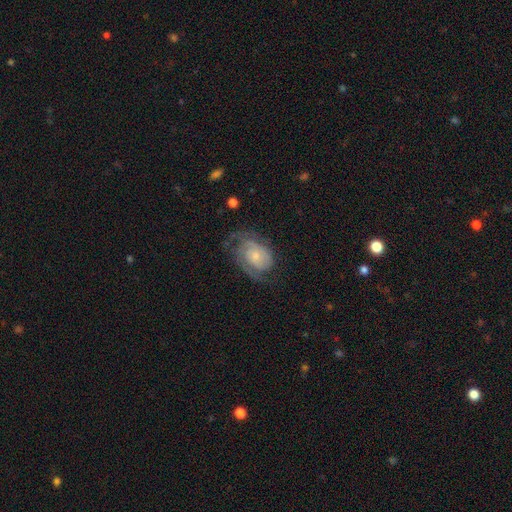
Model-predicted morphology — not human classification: A featured or disk galaxy (72%) with no bar (75%), 2 (56%) tight (45%) spiral arms (89%) and a small central bulge (61%). Merging: none (57%).